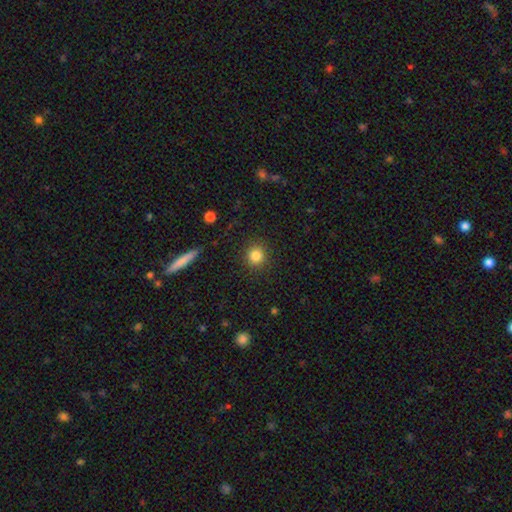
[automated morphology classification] The model was most divided on "smooth or featured": smooth: 84%, star or artifact: 11%, featured or disk: 5%. More confident: how rounded — round (91%); merging — none (90%).